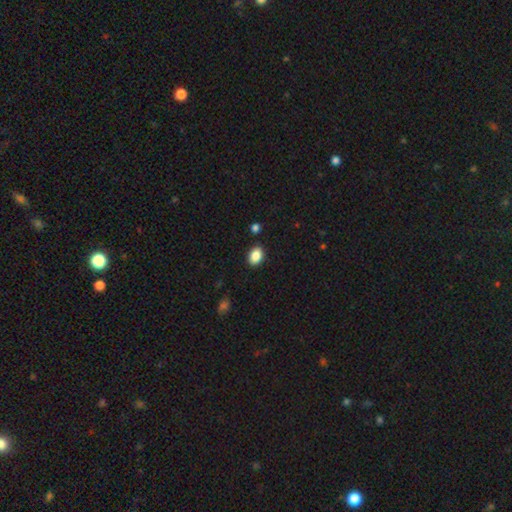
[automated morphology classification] Q: Smooth or featured?
A: smooth (87%); runner-up: star or artifact (8%)
Q: How rounded?
A: in between (80%); runner-up: round (18%)
Q: Merging?
A: none (88%); runner-up: minor disturbance (8%)